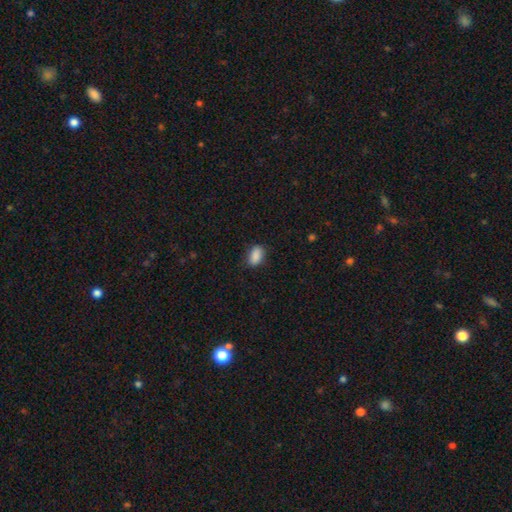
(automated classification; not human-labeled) The model was most divided on "merging": none: 81%, minor disturbance: 15%, major disturbance: 3%, merger: 1%. More confident: how rounded — in between (90%); smooth or featured — smooth (89%).